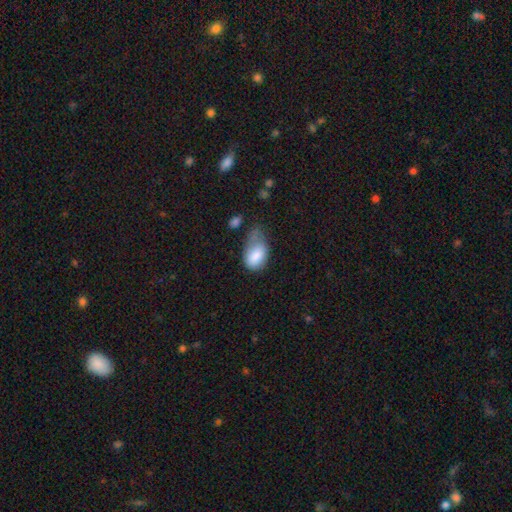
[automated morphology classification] This is clearly a smooth galaxy (81%). How rounded: clearly in between (89%). Merging: marginally minor disturbance (41%).